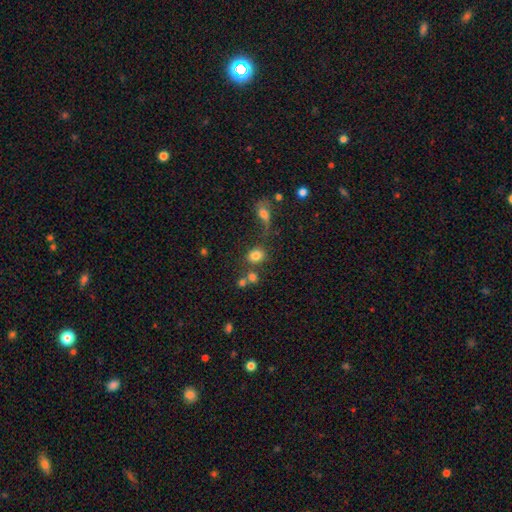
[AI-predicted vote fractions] The model was most divided on "how rounded": round: 56%, in between: 42%, cigar-shaped: 1%. More confident: smooth or featured — smooth (79%); merging — none (61%).